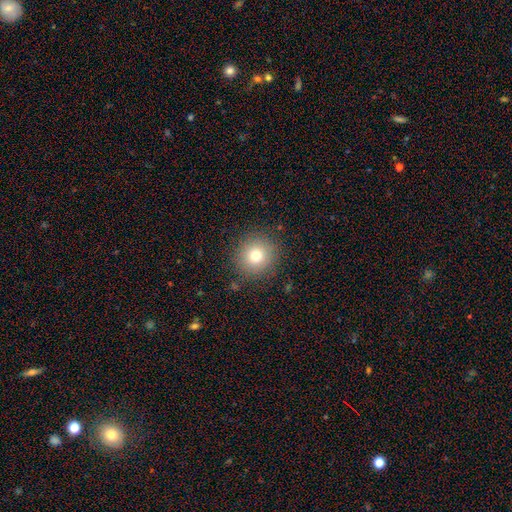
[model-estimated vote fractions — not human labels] This is likely a smooth galaxy (77%). How rounded: clearly round (92%). Merging: clearly none (88%).